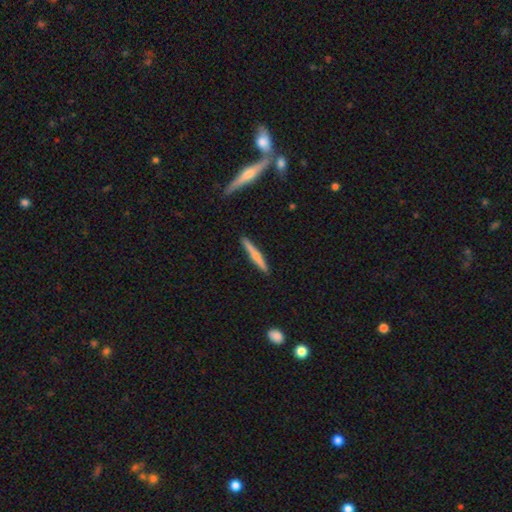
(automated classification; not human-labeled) Smooth or featured?
  - smooth: 59% *
  - featured or disk: 36%
  - star or artifact: 6%
How rounded?
  - cigar-shaped: 95% *
  - in between: 3%
  - round: 2%
Merging?
  - none: 88% *
  - minor disturbance: 8%
  - merger: 2%
  - major disturbance: 2%